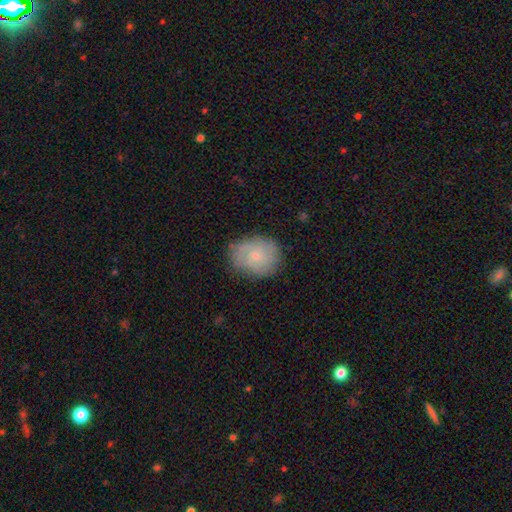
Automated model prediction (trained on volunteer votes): Overall: featured or disk (47%; smooth 45%). Merging: none (75%).